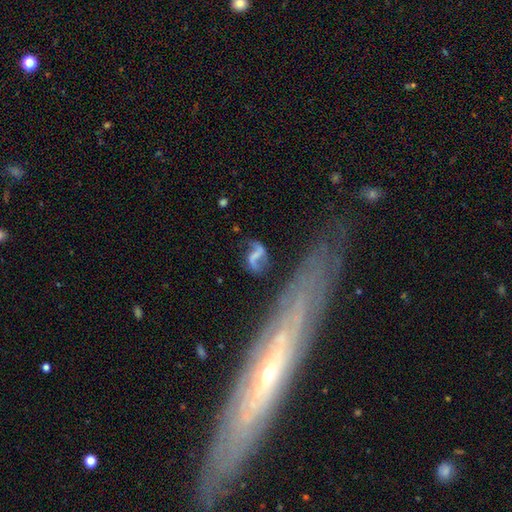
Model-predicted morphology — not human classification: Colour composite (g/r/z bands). It shows a featured or disk galaxy (71%) with a strong bar (41%), 2 (89%) loose (77%) spiral arms (84%) and no central bulge (68%). Merging: none (54%).